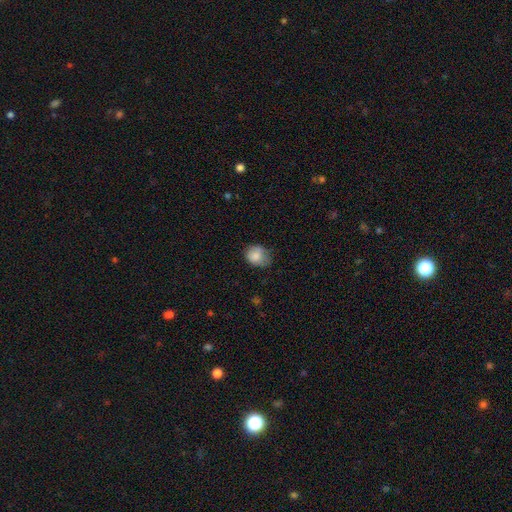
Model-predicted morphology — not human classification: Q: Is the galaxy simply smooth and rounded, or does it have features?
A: smooth — 83%.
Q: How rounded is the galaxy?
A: round — 57%.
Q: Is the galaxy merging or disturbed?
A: none — 55%.